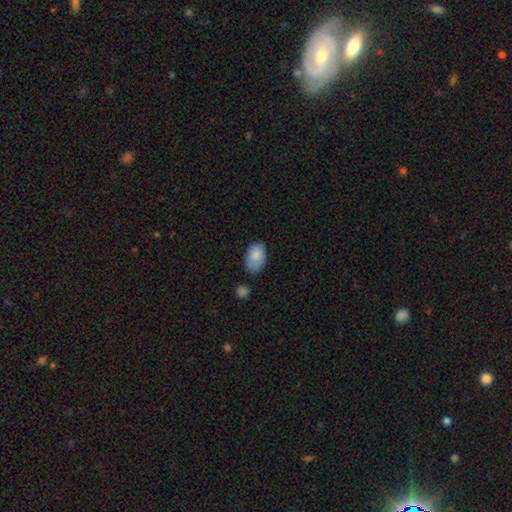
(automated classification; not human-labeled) smooth-or-featured: smooth: 84% | featured or disk: 9% | star or artifact: 7%
  how-rounded: in between: 90% | round: 9% | cigar-shaped: 1%
  merging: none: 65% | minor disturbance: 25% | major disturbance: 5% | merger: 5%